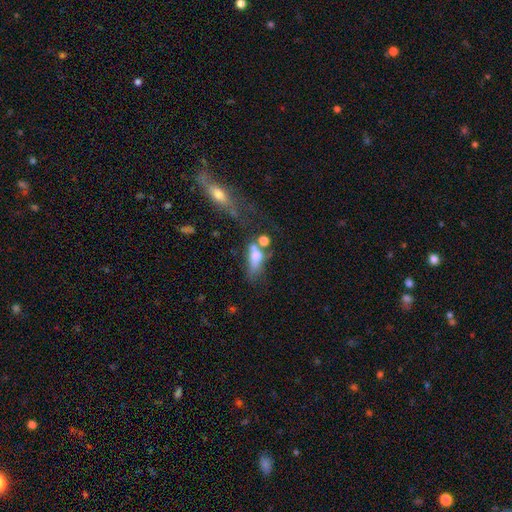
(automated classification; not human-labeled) This appears to be a smooth galaxy with no disk features (62%) that is in between round and cigar-shaped (69%). Merging: merger (37%).